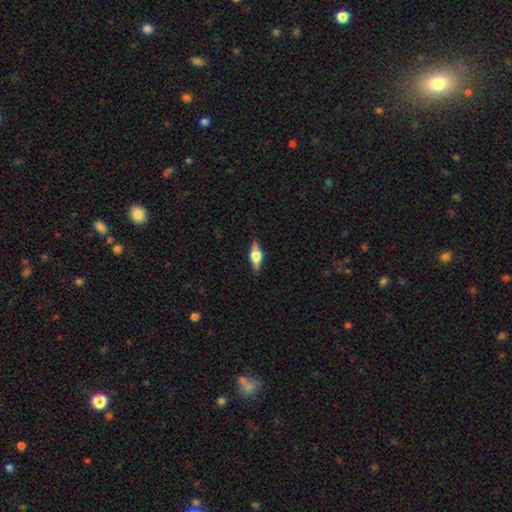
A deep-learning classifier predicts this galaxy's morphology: smooth_or_featured: featured or disk (p=0.68) [alt: smooth p=0.25]
disk_edge_on: yes (p=0.96) [alt: no p=0.04]
edge_on_bulge: rounded (p=0.92) [alt: boxy p=0.06]
merging: none (p=0.87) [alt: minor disturbance p=0.10]